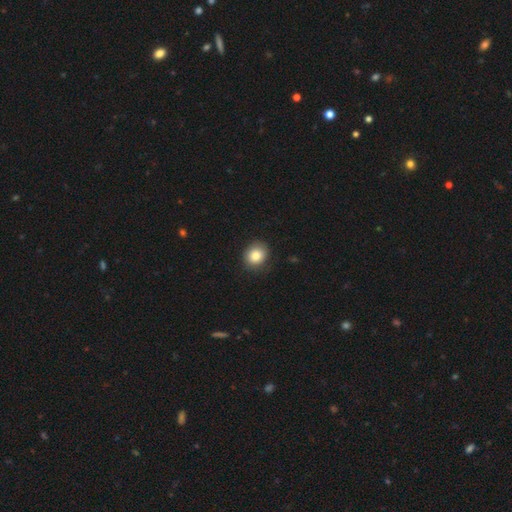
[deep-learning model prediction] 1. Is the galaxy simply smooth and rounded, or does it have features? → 82% smooth, 9% star or artifact, 9% featured or disk.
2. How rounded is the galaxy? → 74% round, 25% in between, 1% cigar-shaped.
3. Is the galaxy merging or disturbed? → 84% none, 12% minor disturbance, 3% major disturbance, 1% merger.